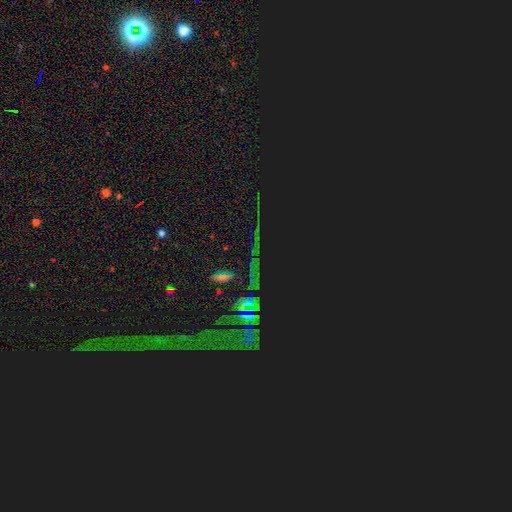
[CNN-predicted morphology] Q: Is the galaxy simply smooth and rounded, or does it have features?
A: star or artifact — 78%.